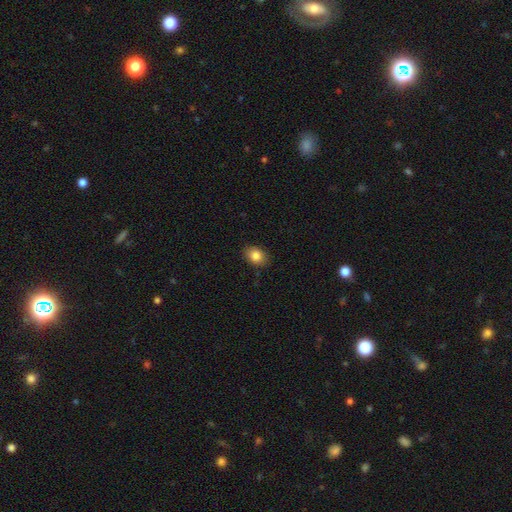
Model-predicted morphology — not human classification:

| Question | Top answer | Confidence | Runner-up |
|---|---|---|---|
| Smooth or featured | smooth | 85% | star or artifact (9%) |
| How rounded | in between | 68% | round (31%) |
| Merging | none | 87% | minor disturbance (10%) |